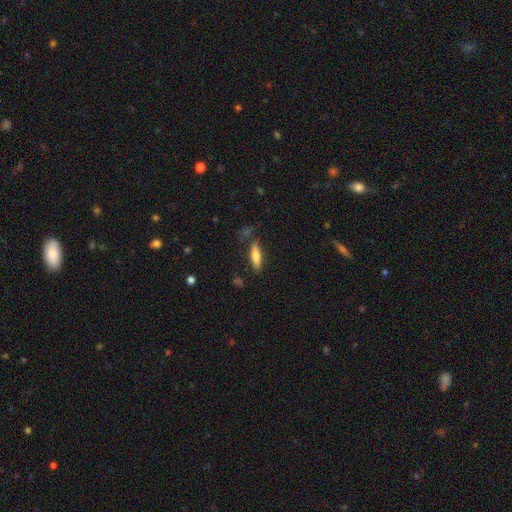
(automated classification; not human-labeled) Smooth or featured? smooth (71%)
How rounded? cigar-shaped (65%)
Merging? none (79%)